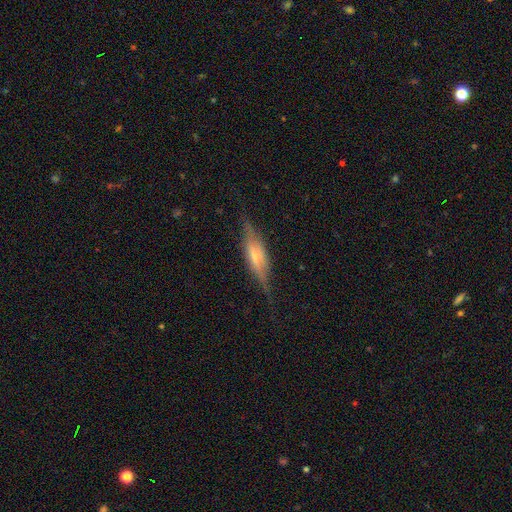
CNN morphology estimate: This is likely a featured or disk galaxy (71%). It is clearly viewed edge-on (92%). Edge-on bulge: likely rounded (62%). Merging: likely none (77%).